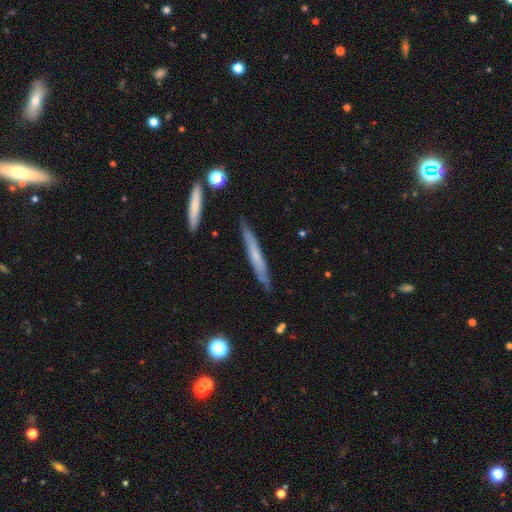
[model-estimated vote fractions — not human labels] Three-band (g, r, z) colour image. It shows a smooth galaxy with no disk features (47%). Merging: none (85%).